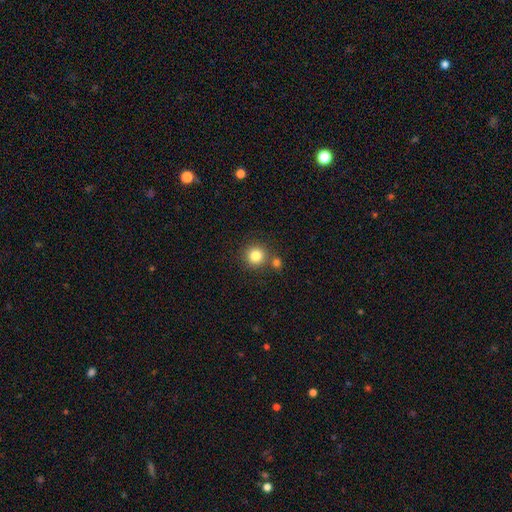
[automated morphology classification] smooth_or_featured: smooth (p=0.83) [alt: star or artifact p=0.11]
how_rounded: round (p=0.93) [alt: in between p=0.06]
merging: none (p=0.75) [alt: merger p=0.14]